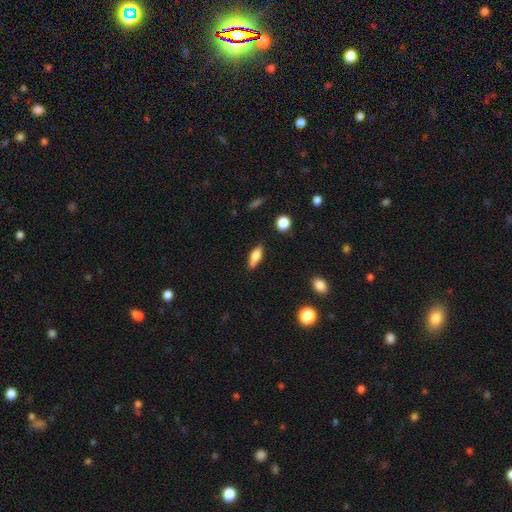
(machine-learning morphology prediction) A smooth galaxy with no disk features (62%) that is in between round and cigar-shaped (62%).

Vote fractions:
- Smooth or featured? smooth: 62% / featured or disk: 30% / star or artifact: 8%
- How rounded? in between: 62% / cigar-shaped: 35% / round: 4%
- Merging? none: 78% / minor disturbance: 16% / major disturbance: 3% / merger: 3%